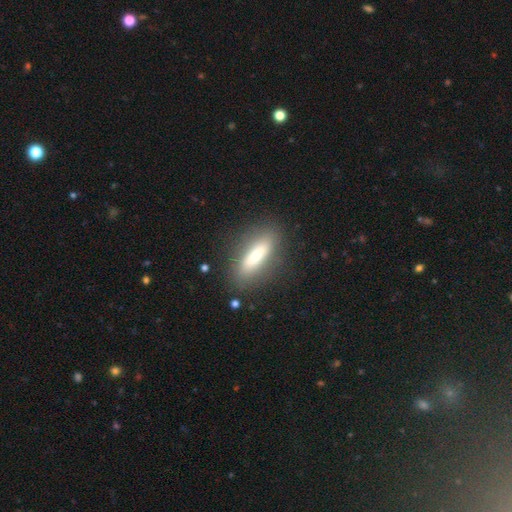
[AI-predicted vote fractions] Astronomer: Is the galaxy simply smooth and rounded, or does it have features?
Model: smooth — 70%.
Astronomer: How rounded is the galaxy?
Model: in between — 50% (runner-up: cigar-shaped, 48%).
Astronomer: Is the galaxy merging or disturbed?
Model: none — 83%.